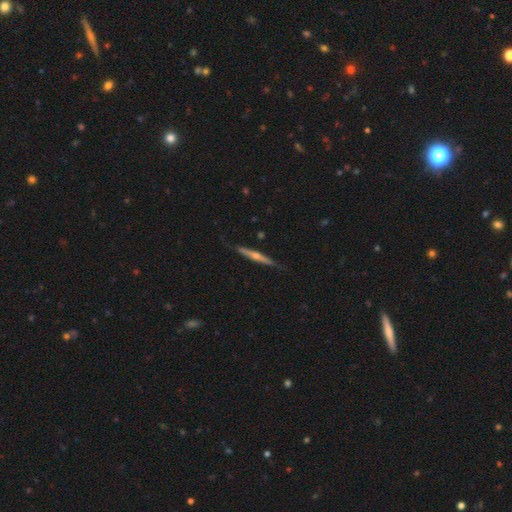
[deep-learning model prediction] The model was most divided on "smooth or featured": featured or disk: 71%, smooth: 23%, star or artifact: 6%. More confident: edge-on disk — yes (97%); merging — none (86%); edge-on bulge — rounded (79%).